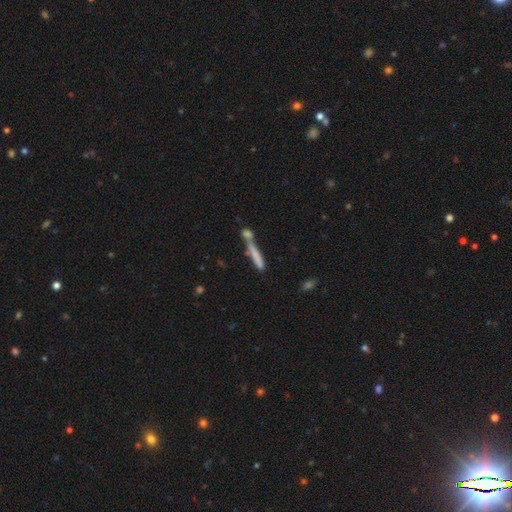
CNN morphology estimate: Smooth or featured: smooth — 67% (featured or disk — 25%)
How rounded: cigar-shaped — 91% (in between — 7%)
Merging: merger — 42% (none — 39%)